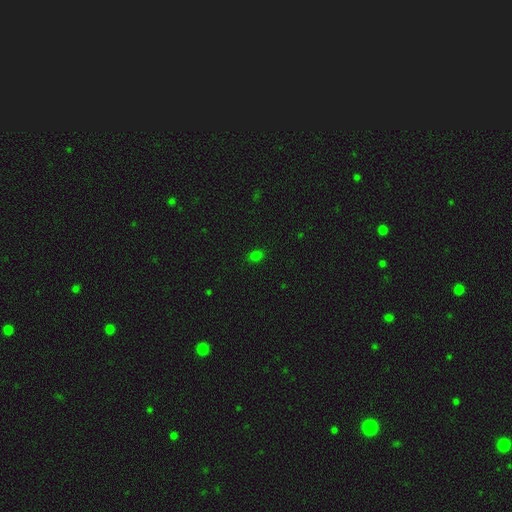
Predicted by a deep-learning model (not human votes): smooth 76%, star or artifact 20%, featured or disk 4%. Down the decision tree: how rounded — in between (70%); merging — none (86%).